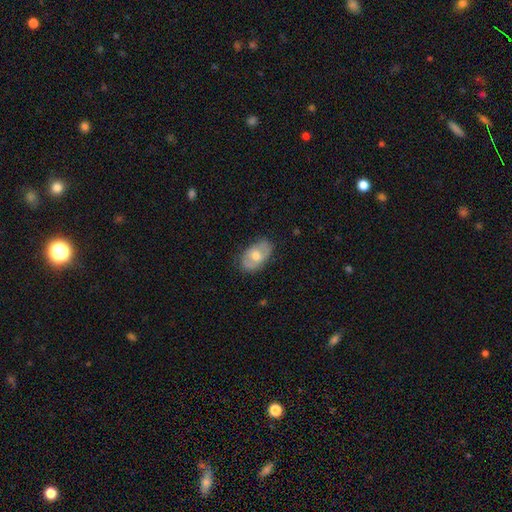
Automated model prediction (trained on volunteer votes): Morphology: type=smooth (59%); roundness=in between (90%); merging=none (75%).